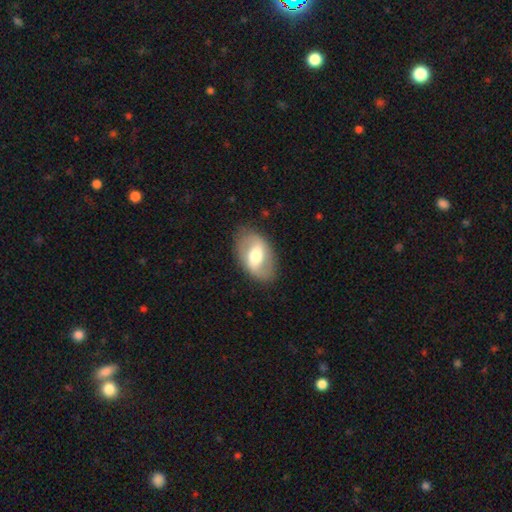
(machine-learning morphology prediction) This is possibly a featured or disk galaxy (59%). It is clearly not viewed edge-on (92%). Bar: marginally weak (40%). Spiral arm pattern: possibly yes (59%). Central bulge: likely moderate (63%). Merging: clearly none (82%).